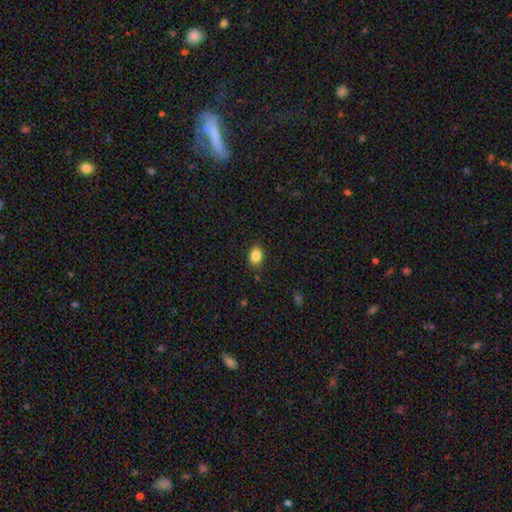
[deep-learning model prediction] smooth 85%, star or artifact 10%, featured or disk 5%. Down the decision tree: how rounded — in between (69%); merging — none (87%).